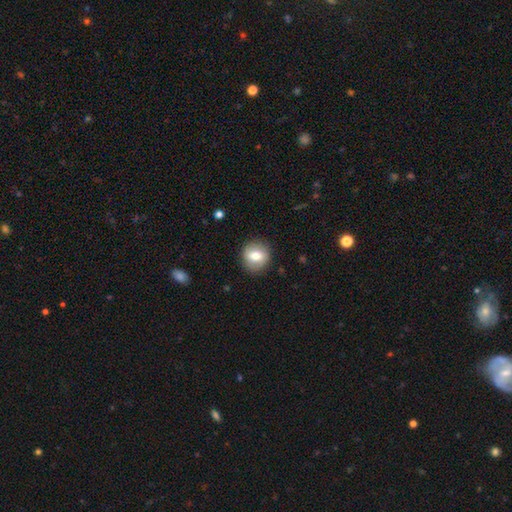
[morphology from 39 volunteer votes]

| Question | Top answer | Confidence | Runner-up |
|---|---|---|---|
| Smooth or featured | smooth | 62% | featured or disk (31%) |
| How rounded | round | 88% | in between (12%) |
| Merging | none | 86% | minor disturbance (14%) |